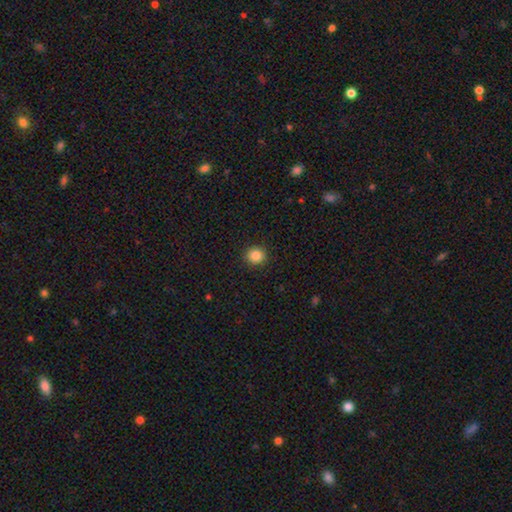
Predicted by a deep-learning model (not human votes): Smooth or featured? smooth (85%)
How rounded? round (86%)
Merging? none (91%)